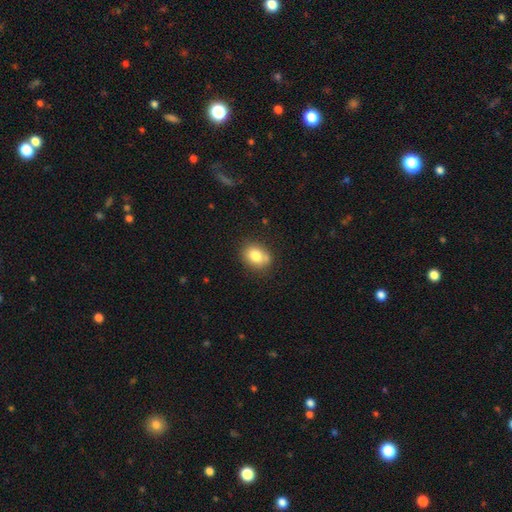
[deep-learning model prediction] Overall: smooth (80%). How rounded: in between (53%; round 46%). Merging: none (69%).